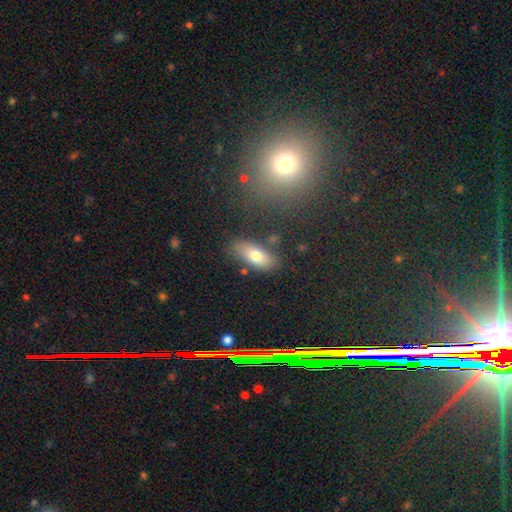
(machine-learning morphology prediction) Overall: smooth (74%). How rounded: in between (84%). Merging: none (75%).